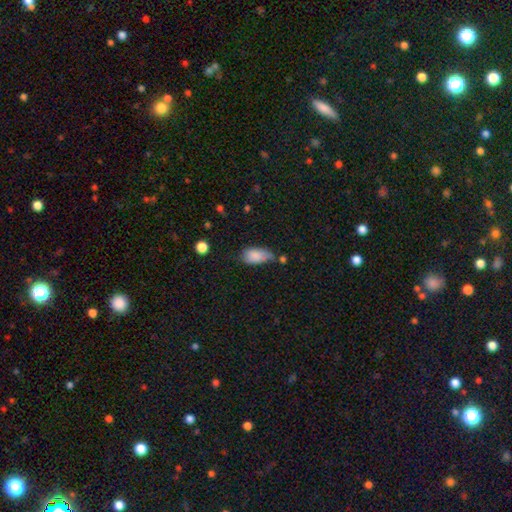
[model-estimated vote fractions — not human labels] Smooth or featured?
  - smooth: 84% *
  - featured or disk: 8%
  - star or artifact: 8%
How rounded?
  - in between: 92% *
  - cigar-shaped: 5%
  - round: 4%
Merging?
  - none: 41% * (tied)
  - minor disturbance: 41% * (tied)
  - major disturbance: 11%
  - merger: 7%